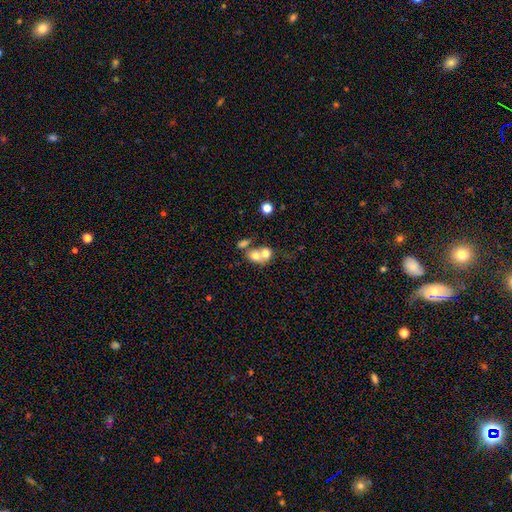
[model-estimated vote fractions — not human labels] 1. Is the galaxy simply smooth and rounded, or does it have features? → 68% smooth, 22% featured or disk, 10% star or artifact.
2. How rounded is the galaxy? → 53% round, 46% in between, 1% cigar-shaped.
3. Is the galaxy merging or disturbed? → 66% merger, 23% none, 7% minor disturbance, 5% major disturbance.